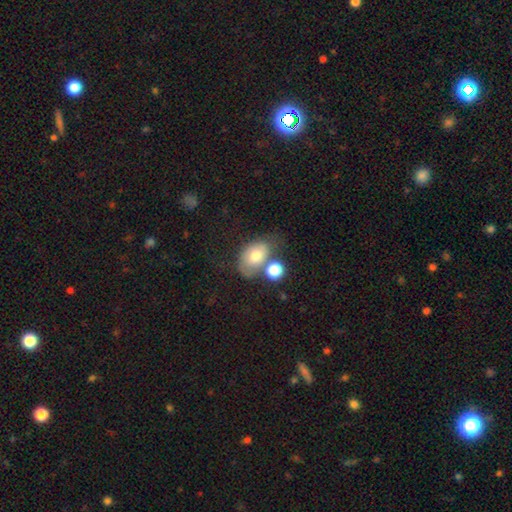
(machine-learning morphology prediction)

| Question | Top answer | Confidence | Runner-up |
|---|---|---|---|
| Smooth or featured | smooth | 68% | featured or disk (23%) |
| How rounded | in between | 79% | round (19%) |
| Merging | none | 40% | merger (28%) |